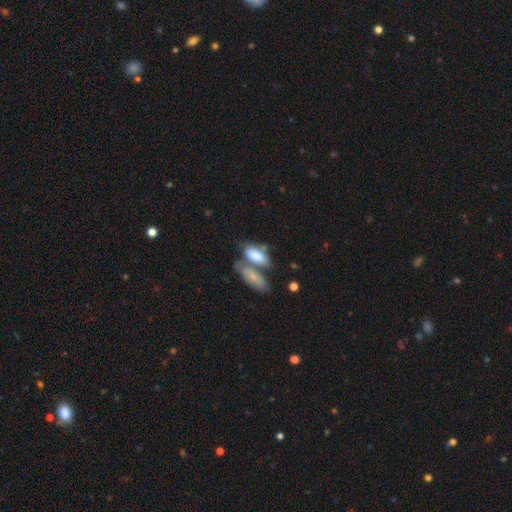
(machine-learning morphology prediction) A smooth galaxy with no disk features (76%) that is in between round and cigar-shaped (83%).

Vote fractions:
- Smooth or featured? smooth: 76% / featured or disk: 19% / star or artifact: 6%
- How rounded? in between: 83% / cigar-shaped: 14% / round: 3%
- Merging? merger: 50% / none: 31% / minor disturbance: 12% / major disturbance: 6%